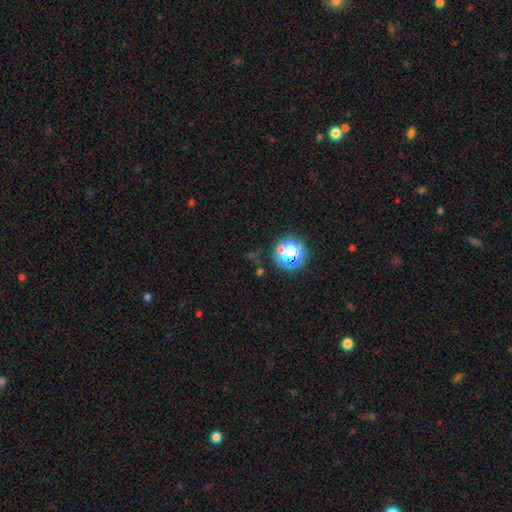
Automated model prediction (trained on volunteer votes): Overall: star or artifact (71%).